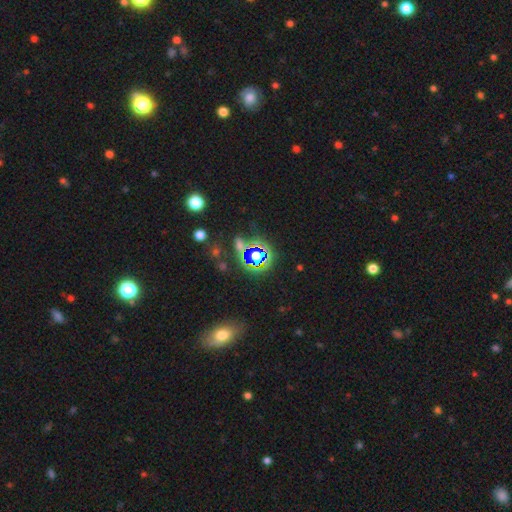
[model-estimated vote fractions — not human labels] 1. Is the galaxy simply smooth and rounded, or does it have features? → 62% star or artifact, 25% smooth, 12% featured or disk.